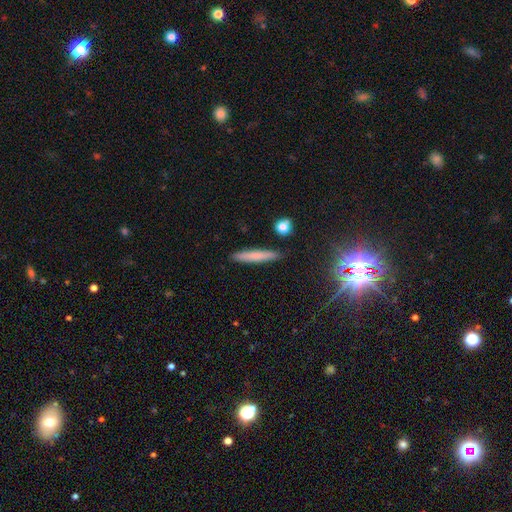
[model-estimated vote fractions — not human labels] This appears to be a smooth galaxy with no disk features (70%) that is cigar-shaped (94%). Merging: none (89%).